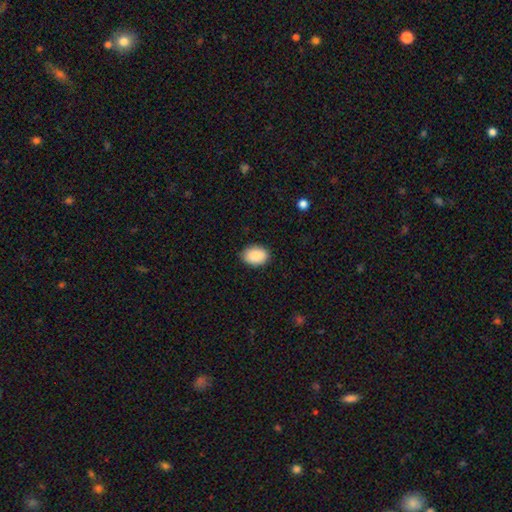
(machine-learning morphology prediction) Smooth or featured?
  - smooth: 90% *
  - star or artifact: 6%
  - featured or disk: 3%
How rounded?
  - in between: 83% *
  - round: 16%
  - cigar-shaped: 1%
Merging?
  - none: 87% *
  - minor disturbance: 10%
  - major disturbance: 2%
  - merger: 1%